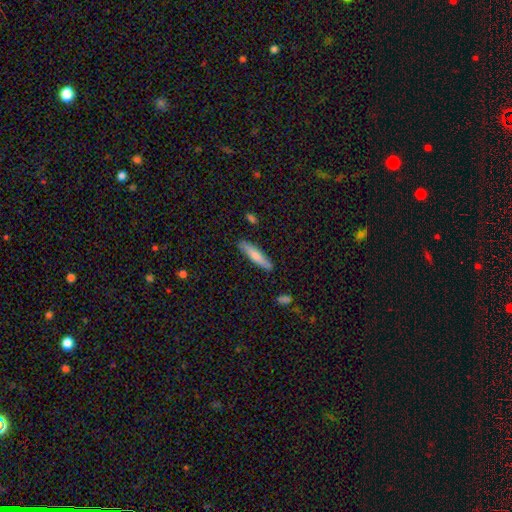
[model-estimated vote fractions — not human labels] A smooth galaxy with no disk features (74%) that is cigar-shaped (83%).

Vote fractions:
- Smooth or featured? smooth: 74% / featured or disk: 21% / star or artifact: 5%
- How rounded? cigar-shaped: 83% / in between: 16% / round: 1%
- Merging? none: 86% / minor disturbance: 10% / major disturbance: 2% / merger: 2%